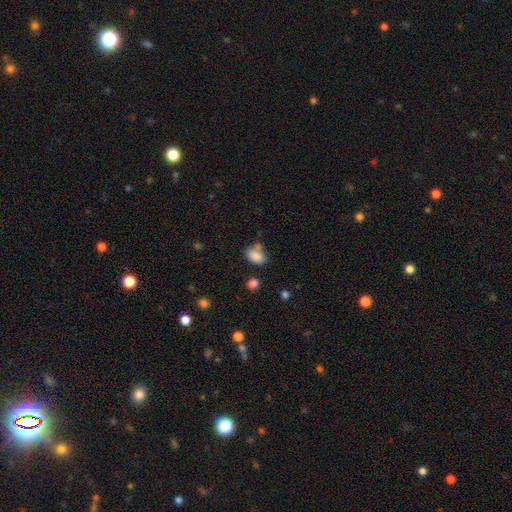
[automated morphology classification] Smooth or featured? Predicted: smooth (p=0.83). How rounded? Predicted: in between (p=0.81). Merging? Predicted: none (p=0.52).